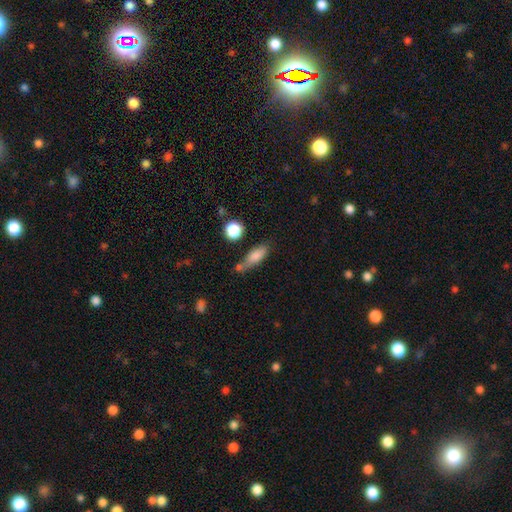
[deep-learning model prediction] Overall: smooth (77%). How rounded: in between (59%; cigar-shaped 34%). Merging: none (46%; minor disturbance 24%).